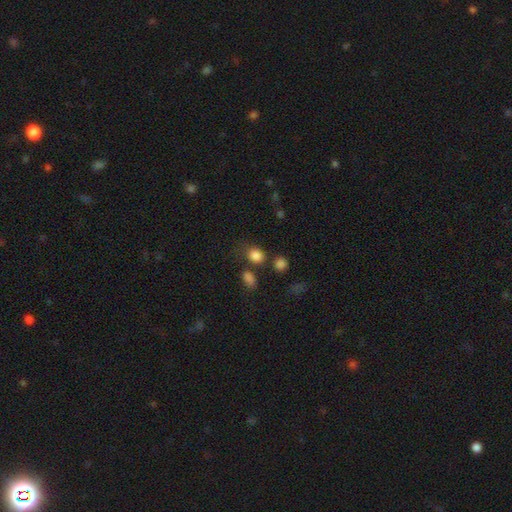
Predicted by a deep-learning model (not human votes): The model was most divided on "how rounded": round: 70%, in between: 29%, cigar-shaped: 1%. More confident: smooth or featured — smooth (83%); merging — none (64%).